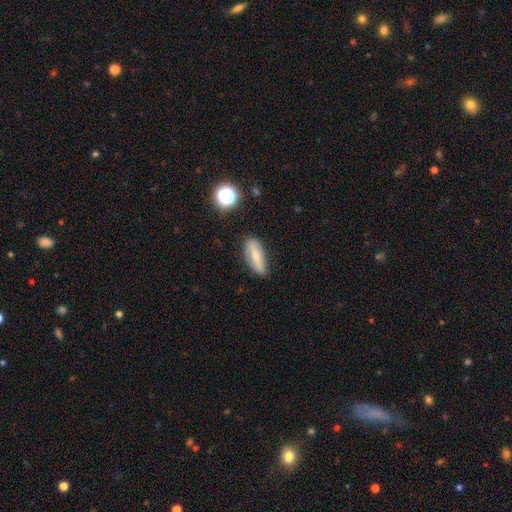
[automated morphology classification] Smooth or featured? Predicted: smooth (p=0.56). How rounded? Predicted: in between (p=0.58). Merging? Predicted: none (p=0.75).